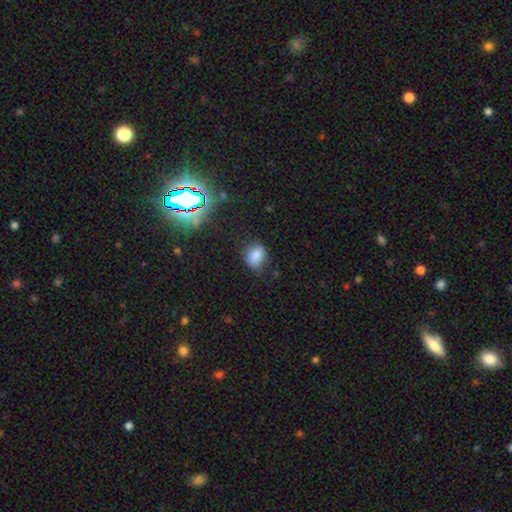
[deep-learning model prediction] Morphology: type=smooth (83%); roundness=in between (57%); merging=none (75%).